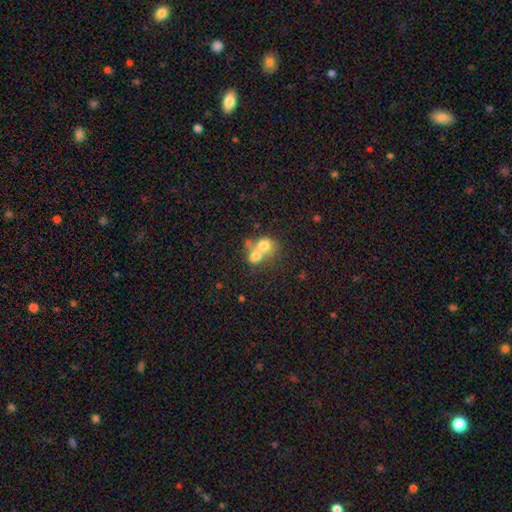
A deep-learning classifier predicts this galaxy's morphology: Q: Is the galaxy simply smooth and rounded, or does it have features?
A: smooth — 69%.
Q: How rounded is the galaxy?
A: round — 66%.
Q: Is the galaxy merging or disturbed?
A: merger — 72%.